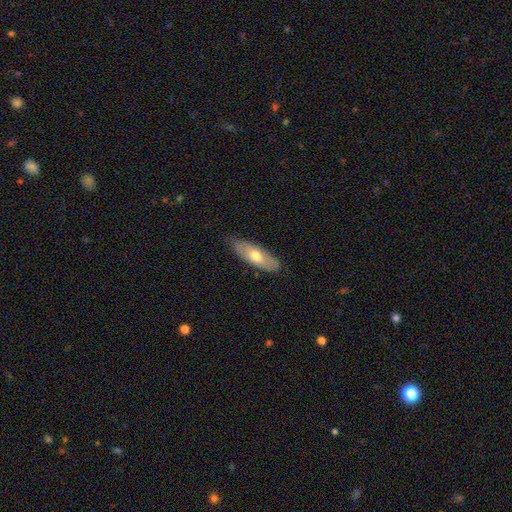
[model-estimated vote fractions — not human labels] Smooth or featured? smooth (60%)
How rounded? in between (70%)
Merging? none (81%)